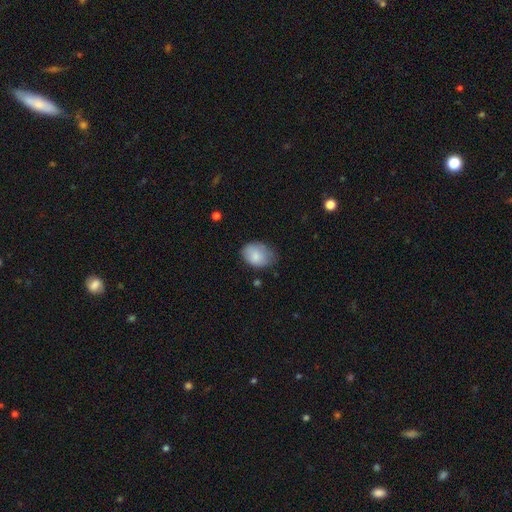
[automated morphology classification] Smooth or featured? Predicted: smooth (p=0.84). How rounded? Predicted: in between (p=0.77). Merging? Predicted: none (p=0.57).